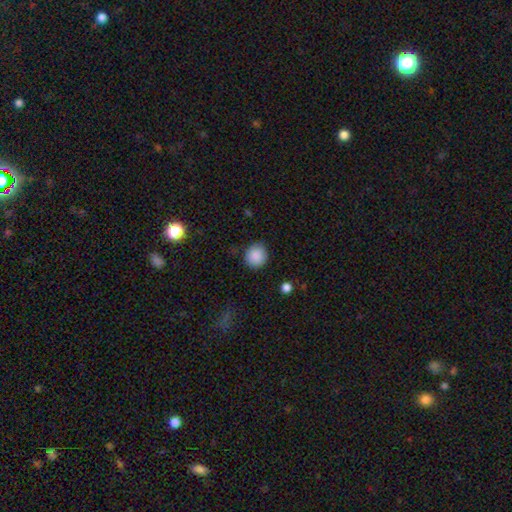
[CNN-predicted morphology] Smooth or featured?
  - smooth: 88% *
  - star or artifact: 9%
  - featured or disk: 4%
How rounded?
  - round: 88% *
  - in between: 11%
  - cigar-shaped: 1%
Merging?
  - none: 84% *
  - minor disturbance: 12%
  - major disturbance: 3%
  - merger: 1%